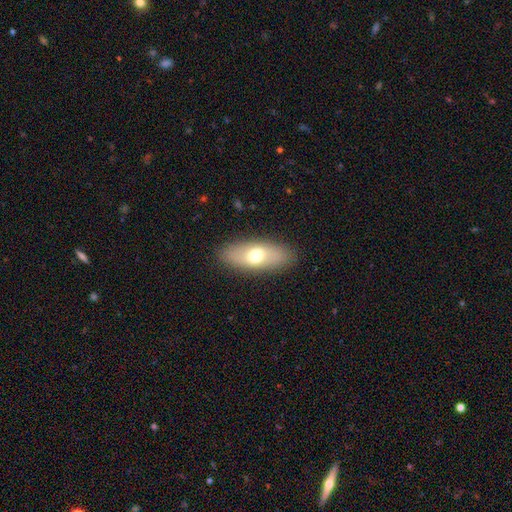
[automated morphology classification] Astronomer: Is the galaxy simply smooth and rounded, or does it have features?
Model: smooth — 66%.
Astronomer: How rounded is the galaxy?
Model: in between — 79%.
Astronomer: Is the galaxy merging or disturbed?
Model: none — 87%.